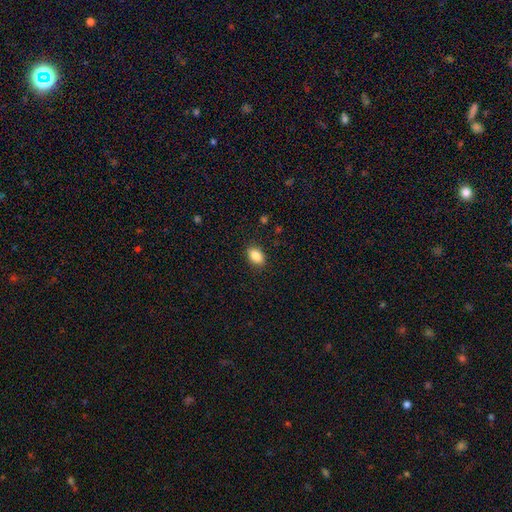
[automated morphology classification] type=smooth (88%); roundness=in between (87%); merging=none (88%).